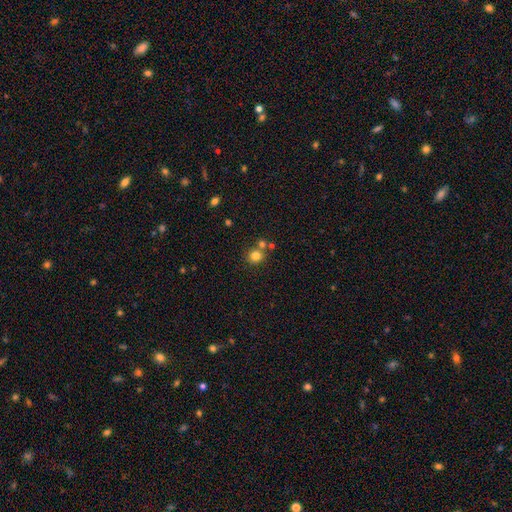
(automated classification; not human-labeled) smooth_or_featured: smooth (p=0.79) [alt: star or artifact p=0.13]
how_rounded: round (p=0.89) [alt: in between p=0.10]
merging: none (p=0.67) [alt: merger p=0.22]